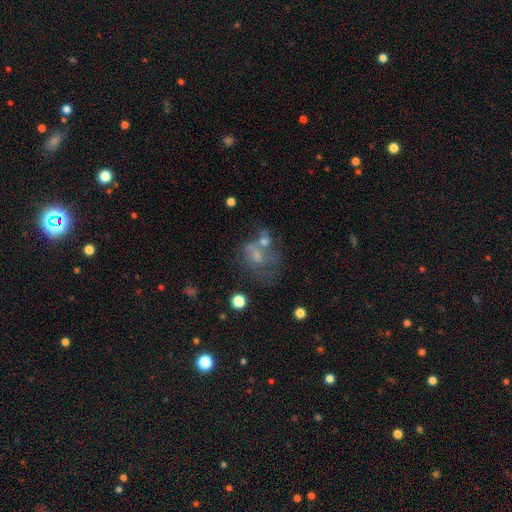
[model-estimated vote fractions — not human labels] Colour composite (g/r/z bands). It shows a featured or disk galaxy (46%). Merging: merger (36%).